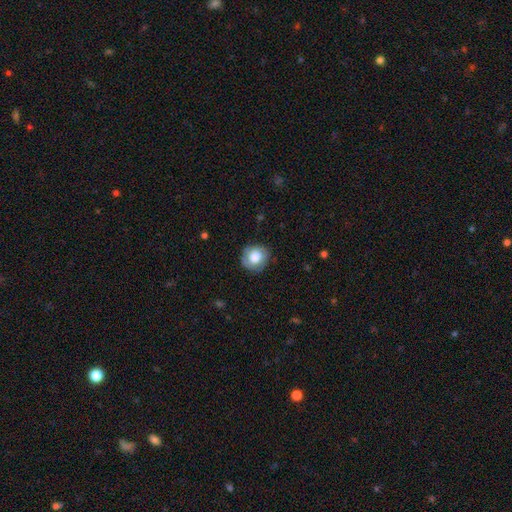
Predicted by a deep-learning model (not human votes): This appears to be a smooth galaxy with no disk features (69%) that is round (84%). Merging: none (75%).